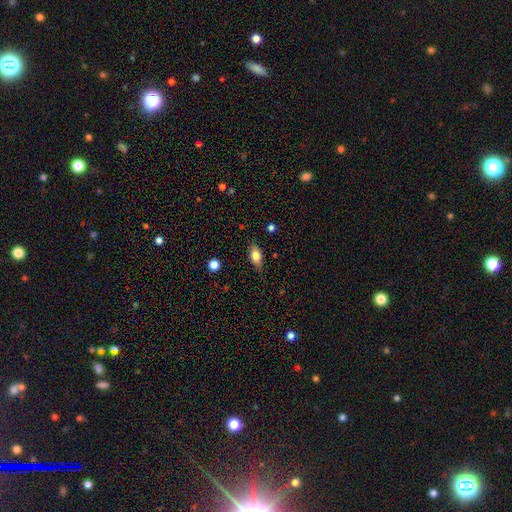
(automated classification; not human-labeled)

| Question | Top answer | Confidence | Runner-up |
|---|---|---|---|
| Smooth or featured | smooth | 75% | featured or disk (16%) |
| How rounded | in between | 83% | cigar-shaped (8%) |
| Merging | none | 82% | minor disturbance (14%) |